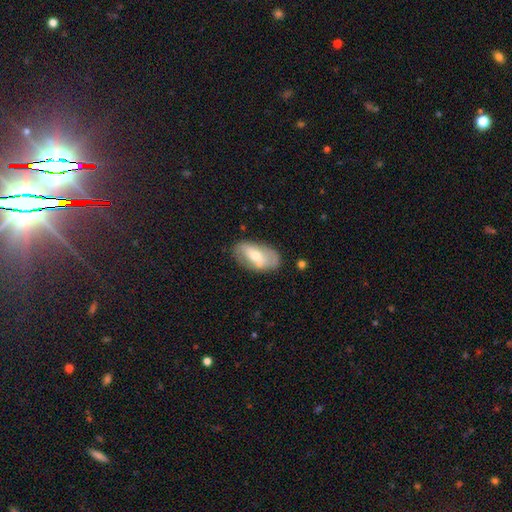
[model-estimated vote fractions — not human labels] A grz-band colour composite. It shows a featured or disk galaxy (48%). Merging: none (70%).